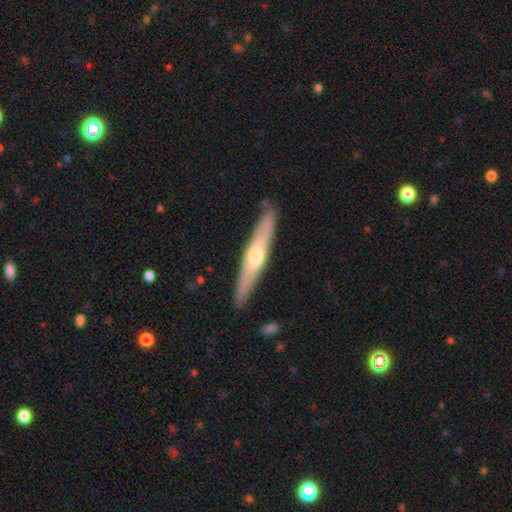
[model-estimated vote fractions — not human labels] A featured or disk galaxy (55%) viewed edge-on (91%) with a rounded central bulge (81%).

Vote fractions:
- Smooth or featured? featured or disk: 55% / smooth: 40% / star or artifact: 5%
- Edge-on disk? yes: 91% / no: 9%
- Edge-on bulge? rounded: 81% / none: 15% / boxy: 5%
- Merging? none: 87% / minor disturbance: 9% / major disturbance: 2% / merger: 2%